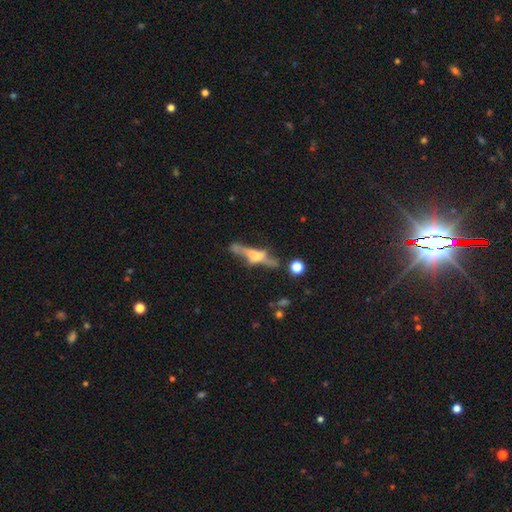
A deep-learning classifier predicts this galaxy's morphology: Q: Smooth or featured?
A: featured or disk (63%); runner-up: smooth (27%)
Q: Edge-on disk?
A: yes (80%); runner-up: no (20%)
Q: Merging?
A: none (51%); runner-up: minor disturbance (20%)